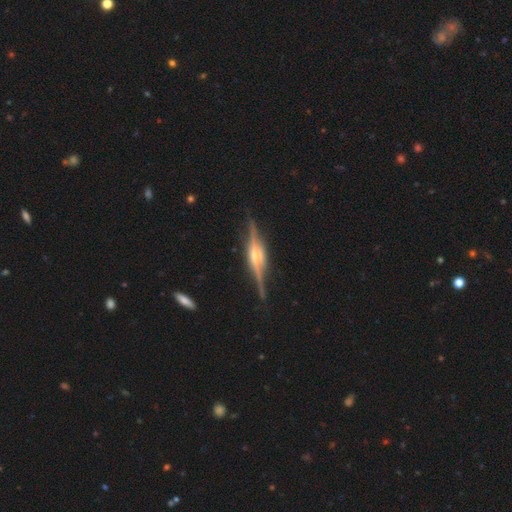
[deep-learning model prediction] A featured or disk galaxy (87%) viewed edge-on (97%) with a rounded central bulge (71%).

Vote fractions:
- Smooth or featured? featured or disk: 87% / smooth: 7% / star or artifact: 6%
- Edge-on disk? yes: 97% / no: 3%
- Edge-on bulge? rounded: 71% / boxy: 24% / none: 5%
- Merging? none: 86% / minor disturbance: 10% / major disturbance: 2% / merger: 1%